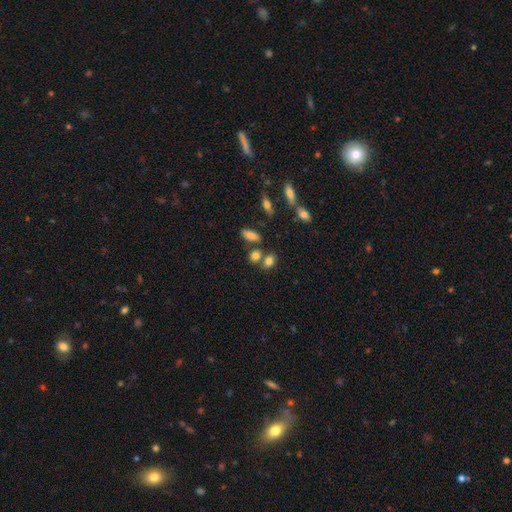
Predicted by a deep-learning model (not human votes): This appears to be a smooth galaxy with no disk features (77%) that is in between round and cigar-shaped (60%). Merging: none (55%).